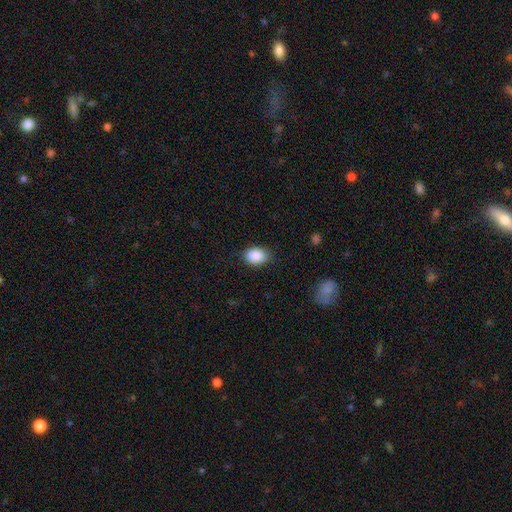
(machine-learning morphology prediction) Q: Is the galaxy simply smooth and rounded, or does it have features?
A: smooth — 89%.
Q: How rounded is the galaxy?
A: in between — 76%.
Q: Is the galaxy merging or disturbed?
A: none — 83%.